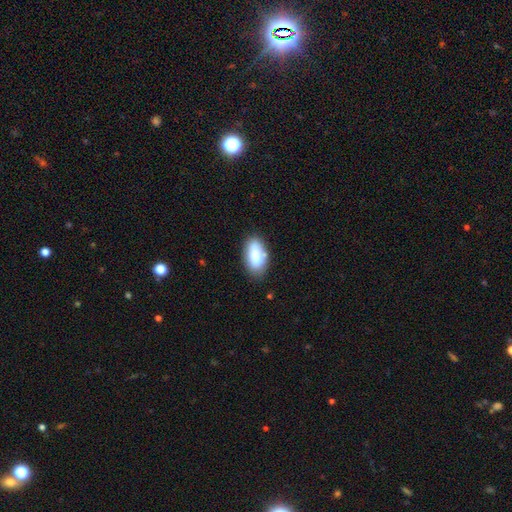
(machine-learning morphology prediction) The model was most divided on "merging": none: 74%, minor disturbance: 18%, merger: 4%, major disturbance: 4%. More confident: how rounded — in between (93%); smooth or featured — smooth (84%).